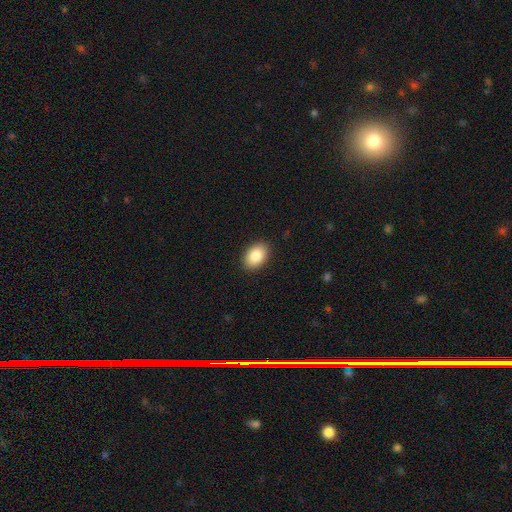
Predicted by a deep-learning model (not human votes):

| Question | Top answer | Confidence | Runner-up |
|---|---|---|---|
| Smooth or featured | smooth | 86% | star or artifact (7%) |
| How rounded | in between | 85% | round (14%) |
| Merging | none | 90% | minor disturbance (7%) |